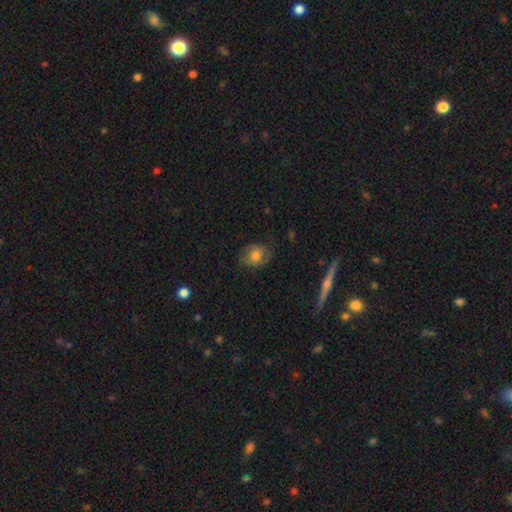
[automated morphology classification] smooth_or_featured: smooth (p=0.53) [alt: featured or disk p=0.38]
how_rounded: in between (p=0.54) [alt: round p=0.44]
merging: none (p=0.71) [alt: minor disturbance p=0.20]